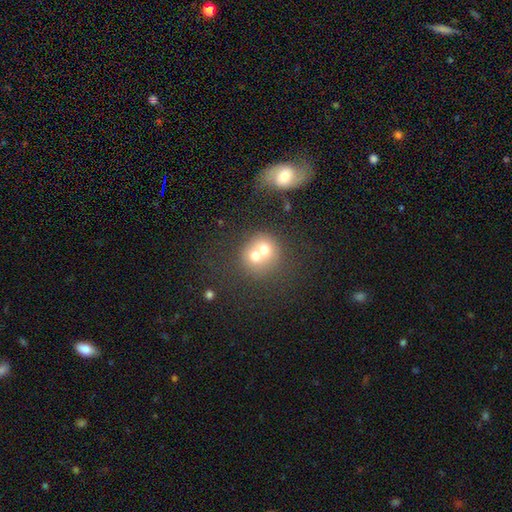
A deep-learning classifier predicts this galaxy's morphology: smooth_or_featured: smooth (p=0.64) [alt: featured or disk p=0.25]
how_rounded: round (p=0.84) [alt: in between p=0.15]
merging: merger (p=0.64) [alt: none p=0.28]